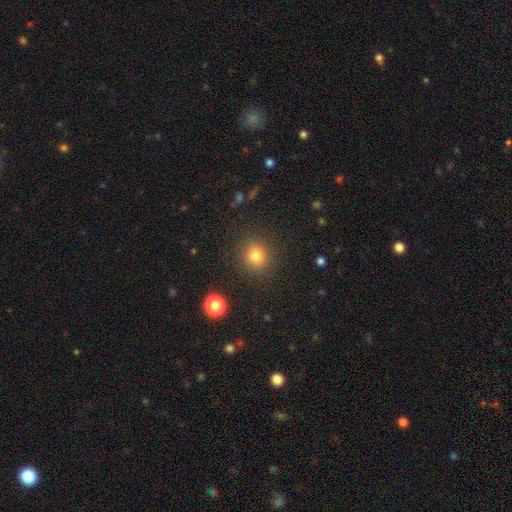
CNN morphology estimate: Smooth or featured?
  - smooth: 80% *
  - star or artifact: 14%
  - featured or disk: 6%
How rounded?
  - round: 86% *
  - in between: 13%
  - cigar-shaped: 1%
Merging?
  - none: 89% *
  - minor disturbance: 7%
  - major disturbance: 3%
  - merger: 1%